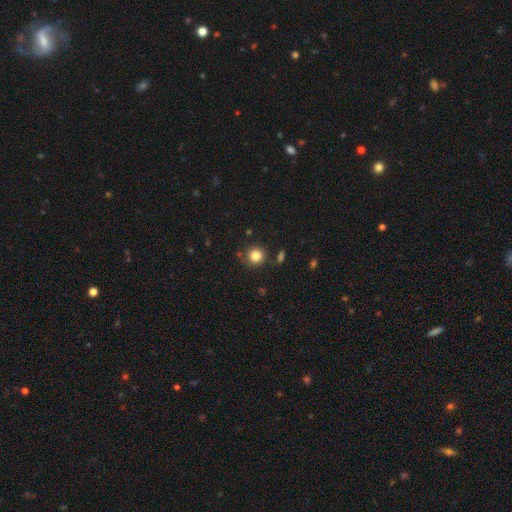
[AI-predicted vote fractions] The model was most divided on "smooth or featured": smooth: 83%, star or artifact: 11%, featured or disk: 6%. More confident: how rounded — round (91%); merging — none (82%).